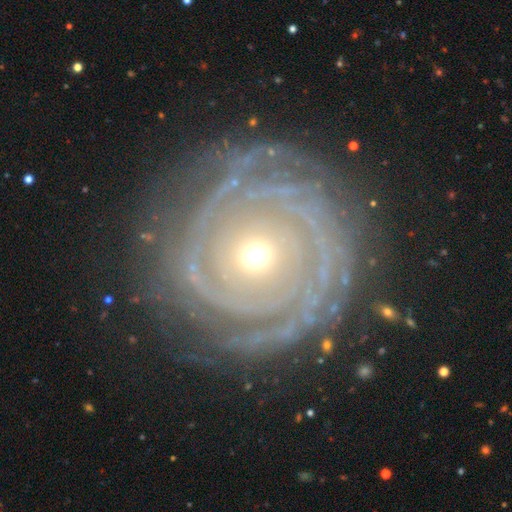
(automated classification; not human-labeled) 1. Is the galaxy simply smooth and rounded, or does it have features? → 89% featured or disk, 6% star or artifact, 5% smooth.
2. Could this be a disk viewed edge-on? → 97% no, 3% yes.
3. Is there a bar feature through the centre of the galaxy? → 79% no, 13% weak, 9% strong.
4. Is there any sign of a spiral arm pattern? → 97% yes, 3% no.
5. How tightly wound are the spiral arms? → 89% tight, 9% medium, 2% loose.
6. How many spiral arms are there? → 24% 2, 21% can't tell, 20% 3, 14% 4, 14% more than 4, 8% 1.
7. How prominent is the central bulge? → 50% small, 46% moderate, 2% large, 1% dominant, 1% none.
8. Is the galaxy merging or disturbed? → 83% none, 11% minor disturbance, 5% major disturbance, 1% merger.